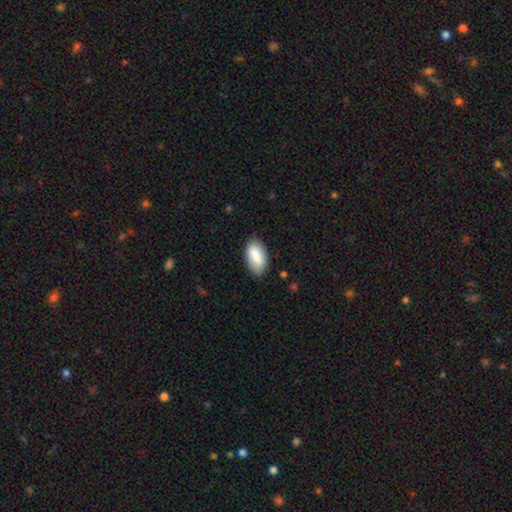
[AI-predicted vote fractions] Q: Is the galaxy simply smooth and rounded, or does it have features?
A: smooth — 83%.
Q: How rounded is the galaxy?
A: in between — 94%.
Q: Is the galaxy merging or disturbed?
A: none — 82%.